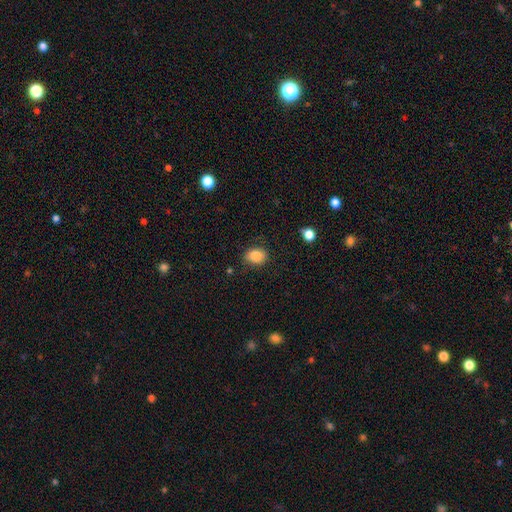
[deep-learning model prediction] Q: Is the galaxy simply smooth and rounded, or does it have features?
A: smooth — 87%.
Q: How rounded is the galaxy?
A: in between — 58%.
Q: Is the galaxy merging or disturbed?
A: none — 81%.